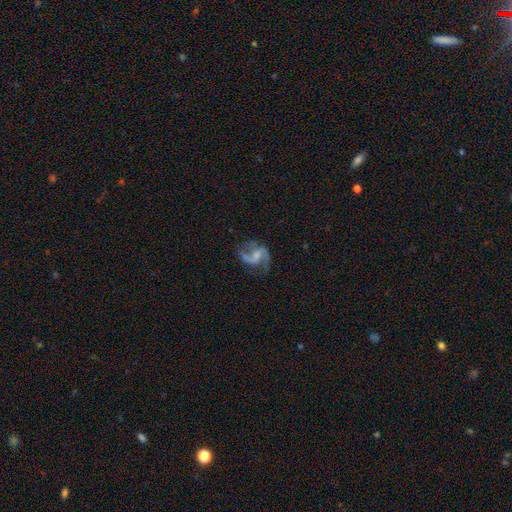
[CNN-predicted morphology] Smooth or featured?
  - featured or disk: 86% *
  - smooth: 8%
  - star or artifact: 6%
Edge-on disk?
  - no: 98% *
  - yes: 2%
Bar?
  - weak: 52% *
  - no: 28%
  - strong: 20%
Spiral arms?
  - yes: 96% *
  - no: 4%
Spiral winding?
  - loose: 52% *
  - medium: 41%
  - tight: 7%
Spiral arm count?
  - 2: 91% *
  - 1: 3%
  - can't tell: 2%
  - 3: 2%
  - 4: 1%
  - more than 4: 1%
Bulge size?
  - small: 34% * (tied)
  - none: 34% * (tied)
  - moderate: 26%
  - large: 5%
  - dominant: 1%
Merging?
  - none: 68% *
  - minor disturbance: 17%
  - major disturbance: 13%
  - merger: 2%